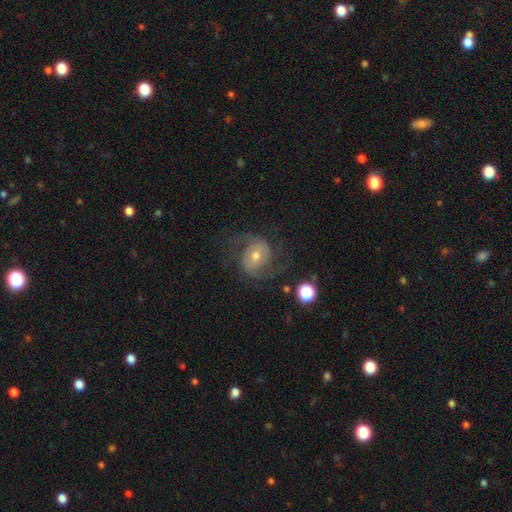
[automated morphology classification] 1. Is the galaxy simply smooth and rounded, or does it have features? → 79% featured or disk, 12% smooth, 8% star or artifact.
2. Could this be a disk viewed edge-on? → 97% no, 3% yes.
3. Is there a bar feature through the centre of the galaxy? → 45% no, 39% weak, 16% strong.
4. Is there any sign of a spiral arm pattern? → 93% yes, 7% no.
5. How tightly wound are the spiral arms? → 52% medium, 25% loose, 23% tight.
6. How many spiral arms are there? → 87% 2, 6% can't tell, 3% 3, 2% 1, 1% 4, 1% more than 4.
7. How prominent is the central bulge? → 54% moderate, 40% small, 4% large, 1% none, 1% dominant.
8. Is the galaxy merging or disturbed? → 70% none, 15% minor disturbance, 14% major disturbance, 2% merger.